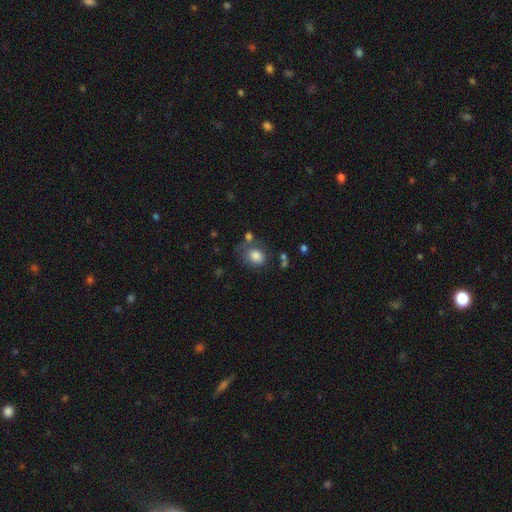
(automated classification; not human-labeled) A smooth galaxy with no disk features (82%) that is in between round and cigar-shaped (50%).

Vote fractions:
- Smooth or featured? smooth: 82% / star or artifact: 9% / featured or disk: 9%
- How rounded? in between: 50% / round: 49% / cigar-shaped: 1%
- Merging? none: 57% / minor disturbance: 21% / merger: 12% / major disturbance: 10%